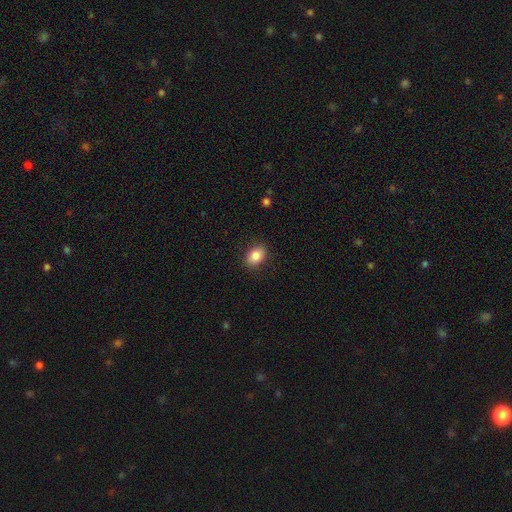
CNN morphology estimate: A smooth galaxy with no disk features (85%) that is in between round and cigar-shaped (77%).

Vote fractions:
- Smooth or featured? smooth: 85% / star or artifact: 8% / featured or disk: 6%
- How rounded? in between: 77% / round: 22% / cigar-shaped: 1%
- Merging? none: 87% / minor disturbance: 9% / major disturbance: 2% / merger: 1%